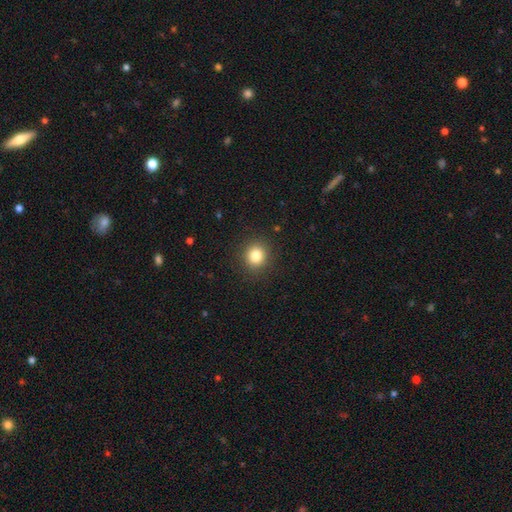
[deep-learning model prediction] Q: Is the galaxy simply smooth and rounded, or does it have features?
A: smooth — 82%.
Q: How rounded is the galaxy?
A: round — 86%.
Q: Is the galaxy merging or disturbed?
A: none — 90%.